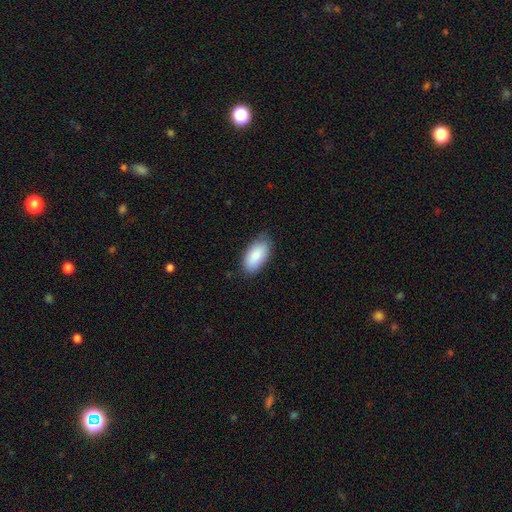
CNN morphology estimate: Overall: smooth (87%). How rounded: in between (95%). Merging: none (79%).